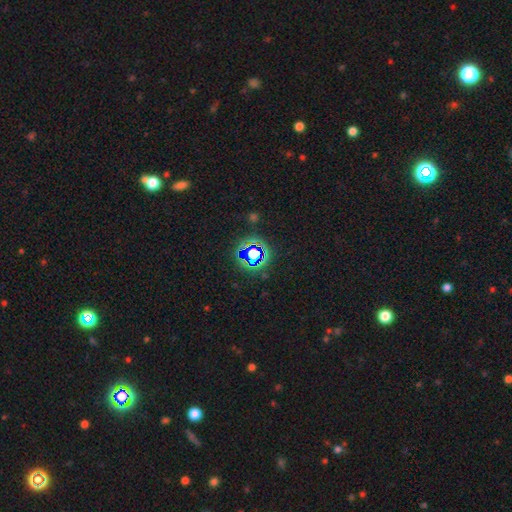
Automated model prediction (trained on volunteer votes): Smooth or featured: star or artifact — 79% (smooth — 14%)